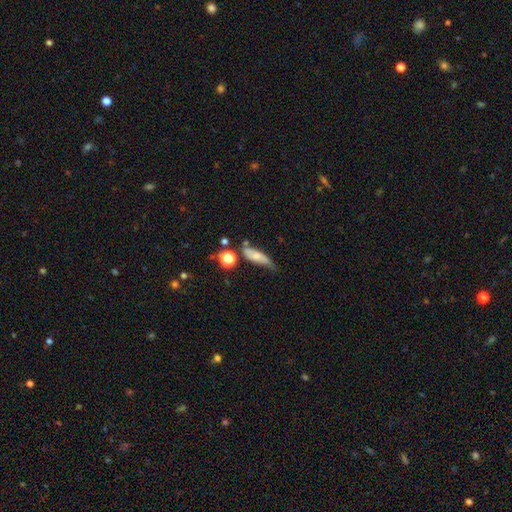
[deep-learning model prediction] A smooth galaxy with no disk features (61%) that is in between round and cigar-shaped (53%).

Vote fractions:
- Smooth or featured? smooth: 61% / featured or disk: 29% / star or artifact: 10%
- How rounded? in between: 53% / cigar-shaped: 42% / round: 5%
- Merging? none: 42% / minor disturbance: 35% / major disturbance: 14% / merger: 10%